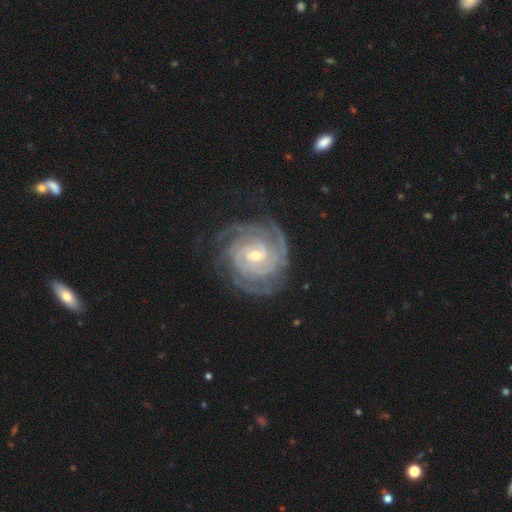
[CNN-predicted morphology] A featured or disk galaxy (92%) with no bar (43%), 4 (24%) tight (82%) spiral arms (98%) and a small central bulge (51%). Merging: none (76%).